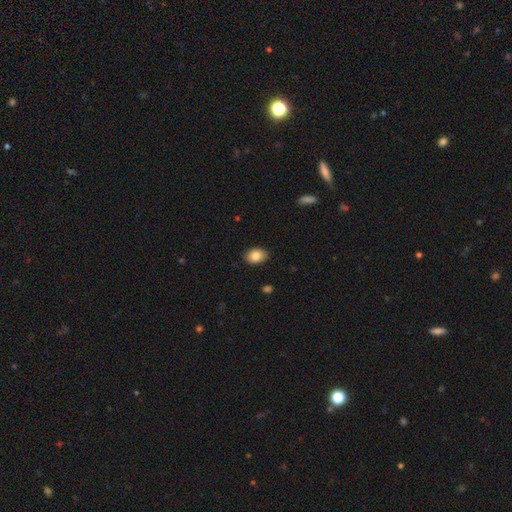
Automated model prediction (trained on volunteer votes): Smooth or featured? Predicted: smooth (p=0.85). How rounded? Predicted: in between (p=0.82). Merging? Predicted: none (p=0.89).